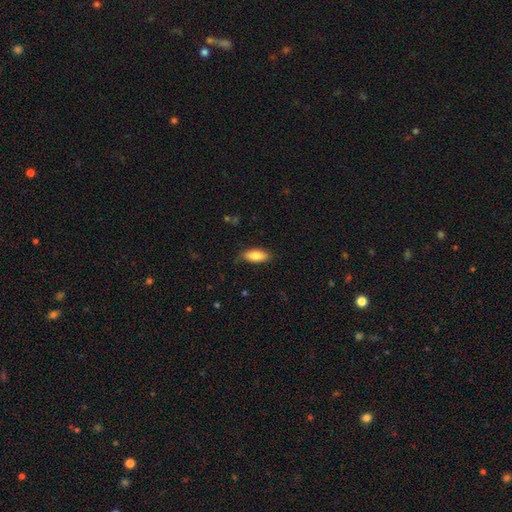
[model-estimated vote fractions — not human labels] Q: Smooth or featured?
A: smooth (85%); runner-up: featured or disk (9%)
Q: How rounded?
A: in between (79%); runner-up: cigar-shaped (19%)
Q: Merging?
A: none (82%); runner-up: minor disturbance (14%)